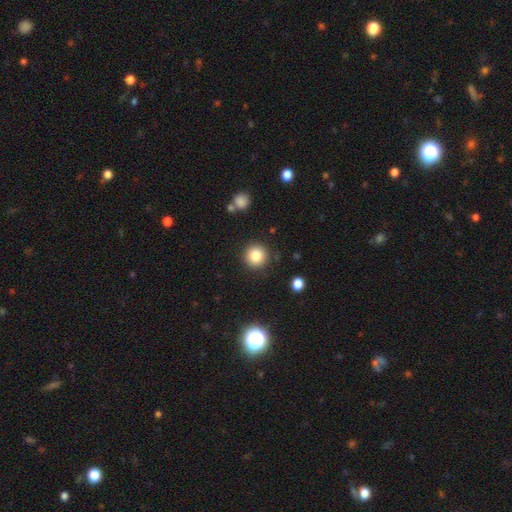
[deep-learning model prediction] Smooth or featured? Predicted: smooth (p=0.83). How rounded? Predicted: round (p=0.94). Merging? Predicted: none (p=0.88).